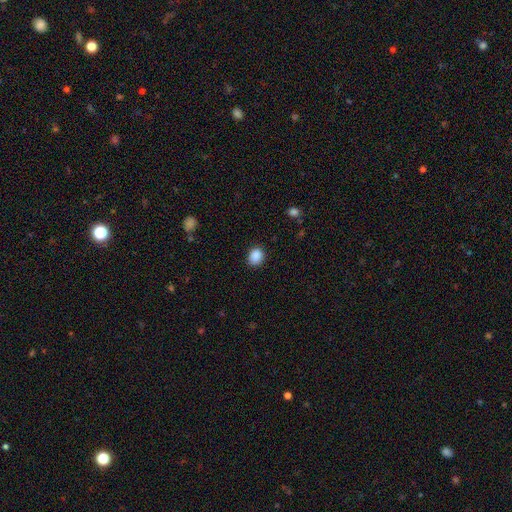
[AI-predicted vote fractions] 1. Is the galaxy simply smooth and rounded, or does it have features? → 88% smooth, 9% star or artifact, 3% featured or disk.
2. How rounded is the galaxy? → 64% round, 36% in between, 1% cigar-shaped.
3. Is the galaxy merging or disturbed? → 86% none, 10% minor disturbance, 3% major disturbance, 1% merger.